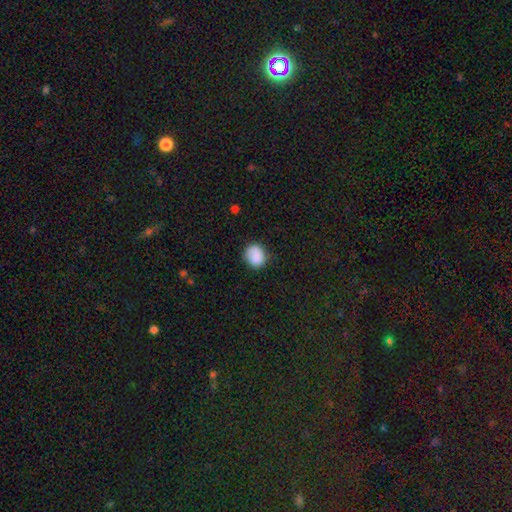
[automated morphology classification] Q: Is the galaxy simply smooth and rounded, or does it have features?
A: smooth — 87%.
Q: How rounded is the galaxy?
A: round — 68%.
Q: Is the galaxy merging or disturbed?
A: none — 78%.